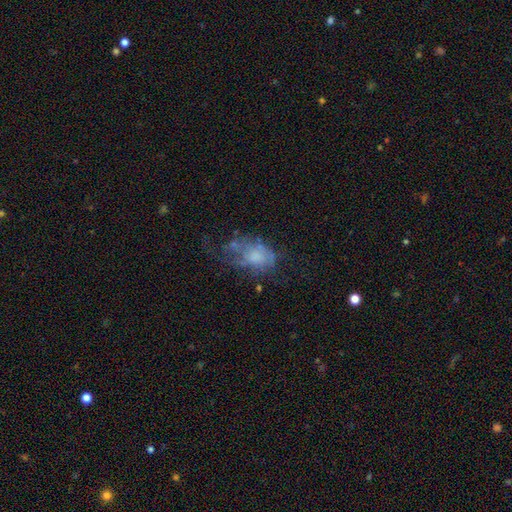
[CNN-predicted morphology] Overall: smooth (44%; featured or disk 42%). Merging: none (37%; major disturbance 33%).